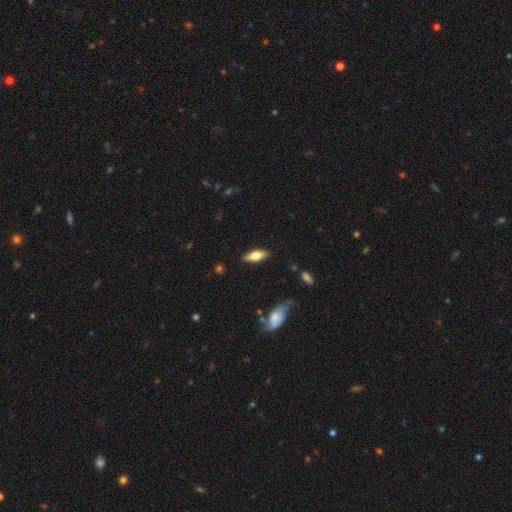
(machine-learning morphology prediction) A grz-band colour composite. It shows a smooth galaxy with no disk features (58%) that is in between round and cigar-shaped (71%). Merging: none (86%).